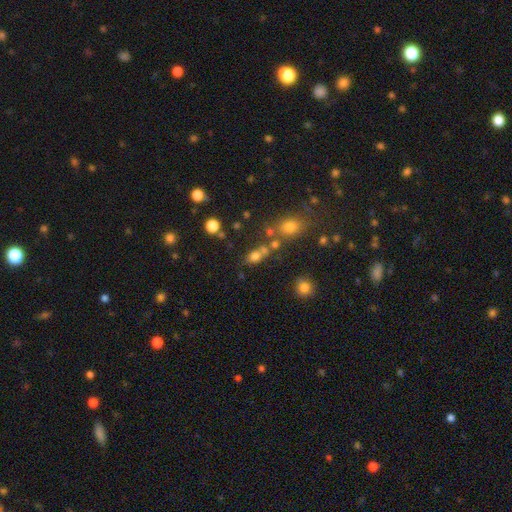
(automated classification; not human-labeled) Smooth or featured? Predicted: smooth (p=0.71). How rounded? Predicted: in between (p=0.56). Merging? Predicted: none (p=0.46).